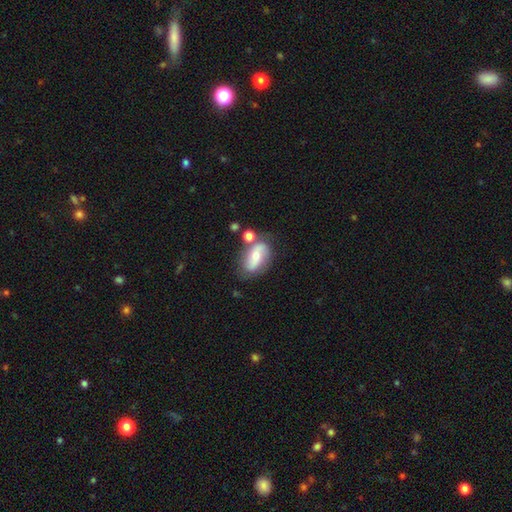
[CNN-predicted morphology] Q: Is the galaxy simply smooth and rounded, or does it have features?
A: featured or disk — 54%.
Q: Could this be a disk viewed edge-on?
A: no — 92%.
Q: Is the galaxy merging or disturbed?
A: none — 60%.